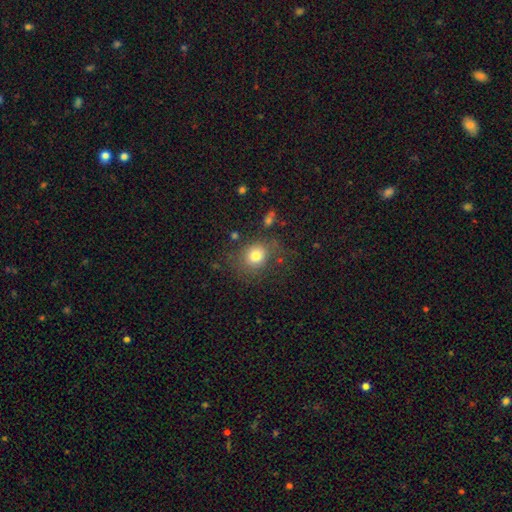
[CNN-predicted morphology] Q: Smooth or featured?
A: smooth (79%); runner-up: star or artifact (12%)
Q: How rounded?
A: round (74%); runner-up: in between (25%)
Q: Merging?
A: none (72%); runner-up: minor disturbance (16%)